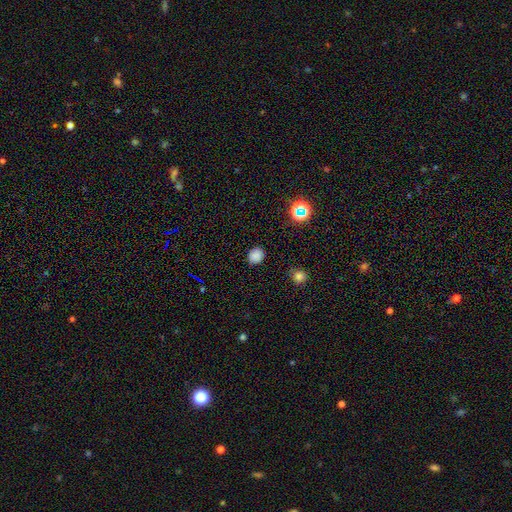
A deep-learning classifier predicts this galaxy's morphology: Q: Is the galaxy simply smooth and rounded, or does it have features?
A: smooth — 82%.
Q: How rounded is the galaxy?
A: round — 73%.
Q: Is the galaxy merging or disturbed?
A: none — 88%.